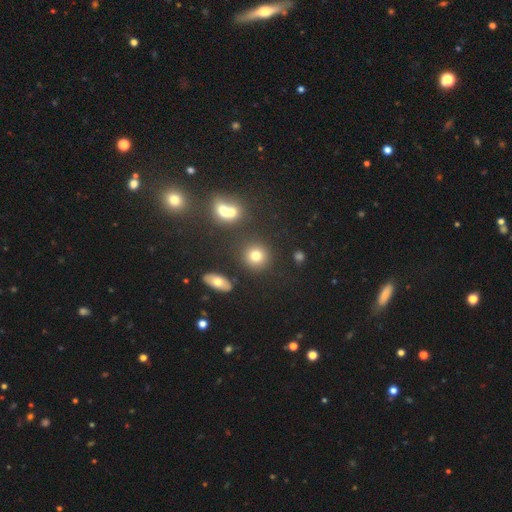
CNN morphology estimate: This is likely a smooth galaxy (77%). How rounded: clearly round (87%). Merging: clearly none (81%).